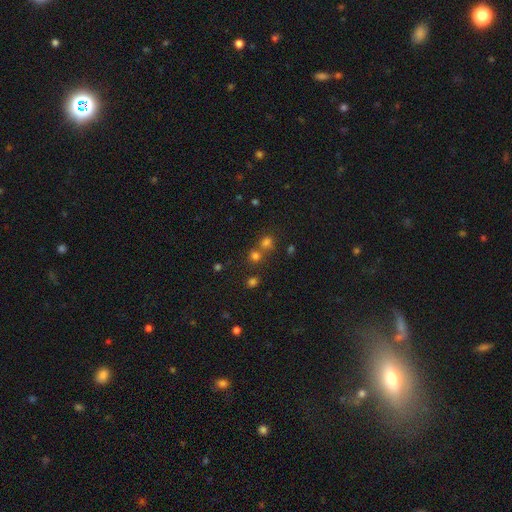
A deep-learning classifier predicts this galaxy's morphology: A smooth galaxy with no disk features (61%) that is round (88%). Merging: none (57%).